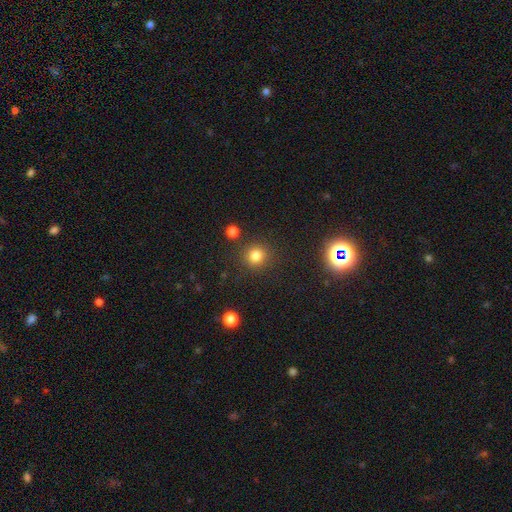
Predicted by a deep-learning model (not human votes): This appears to be a smooth galaxy with no disk features (80%) that is round (91%). Merging: none (86%).